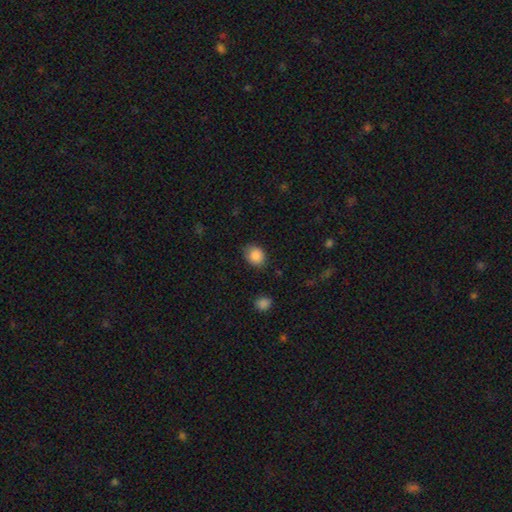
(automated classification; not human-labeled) A smooth galaxy with no disk features (87%) that is round (60%).

Vote fractions:
- Smooth or featured? smooth: 87% / star or artifact: 9% / featured or disk: 4%
- How rounded? round: 60% / in between: 39% / cigar-shaped: 1%
- Merging? none: 76% / minor disturbance: 18% / major disturbance: 4% / merger: 2%